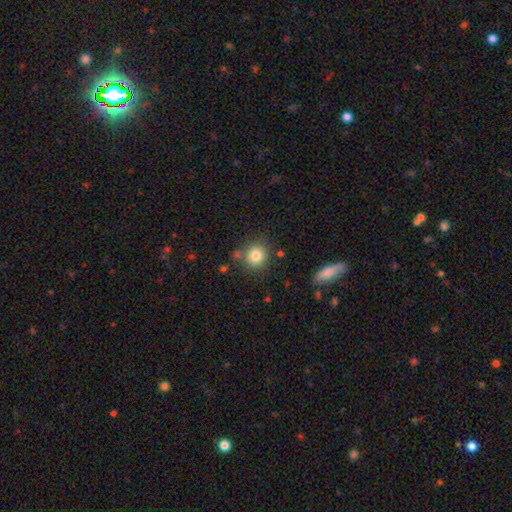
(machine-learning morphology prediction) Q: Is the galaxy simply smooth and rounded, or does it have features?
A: smooth — 81%.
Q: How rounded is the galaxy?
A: round — 87%.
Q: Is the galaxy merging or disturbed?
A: none — 79%.